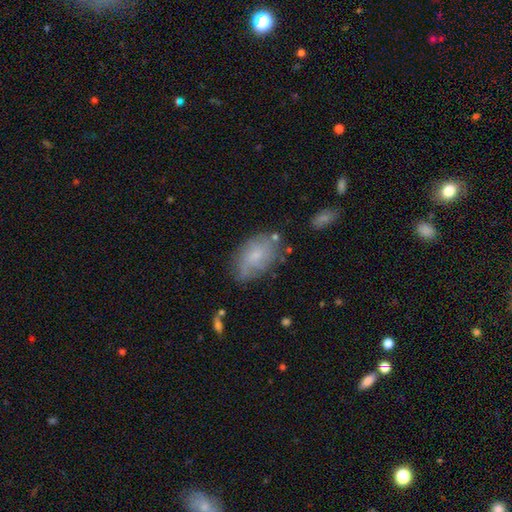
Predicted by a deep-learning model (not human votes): smooth_or_featured: smooth (p=0.53) [alt: featured or disk p=0.38]
how_rounded: in between (p=0.88) [alt: round p=0.10]
merging: none (p=0.63) [alt: minor disturbance p=0.25]